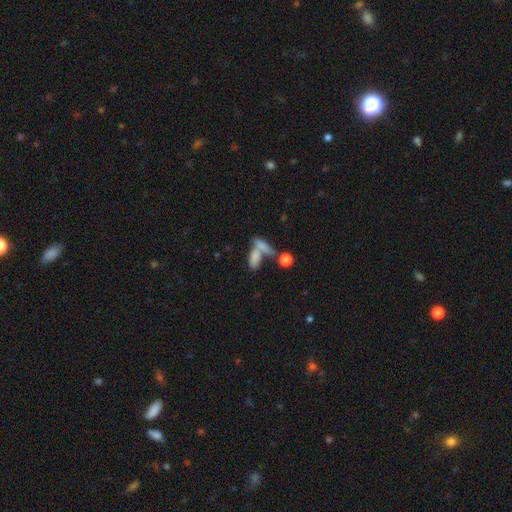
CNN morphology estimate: Smooth or featured?
  - smooth: 69% *
  - featured or disk: 18%
  - star or artifact: 13%
How rounded?
  - in between: 65% *
  - cigar-shaped: 27%
  - round: 8%
Merging?
  - merger: 49% *
  - none: 34%
  - minor disturbance: 10%
  - major disturbance: 7%